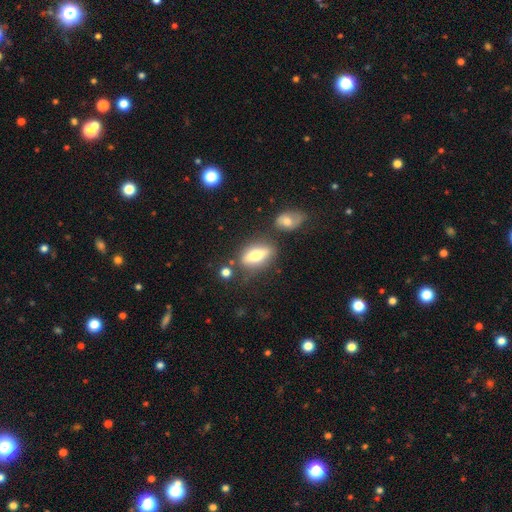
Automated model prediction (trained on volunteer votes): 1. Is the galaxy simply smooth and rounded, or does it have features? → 59% smooth, 33% featured or disk, 8% star or artifact.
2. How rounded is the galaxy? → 74% in between, 21% cigar-shaped, 5% round.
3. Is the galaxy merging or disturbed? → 71% none, 14% minor disturbance, 10% merger, 5% major disturbance.